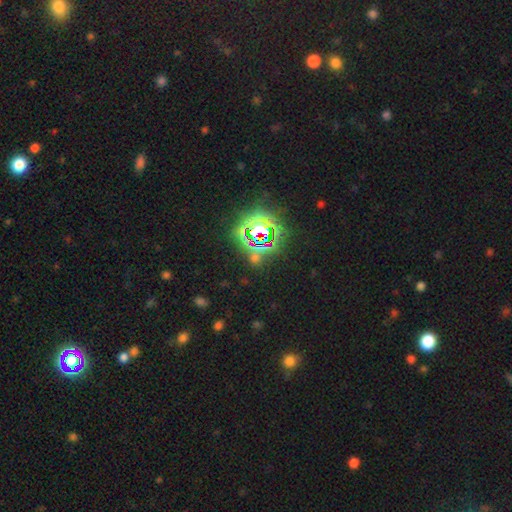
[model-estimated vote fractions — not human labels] The model was most divided on "smooth or featured": star or artifact: 79%, smooth: 13%, featured or disk: 8%.